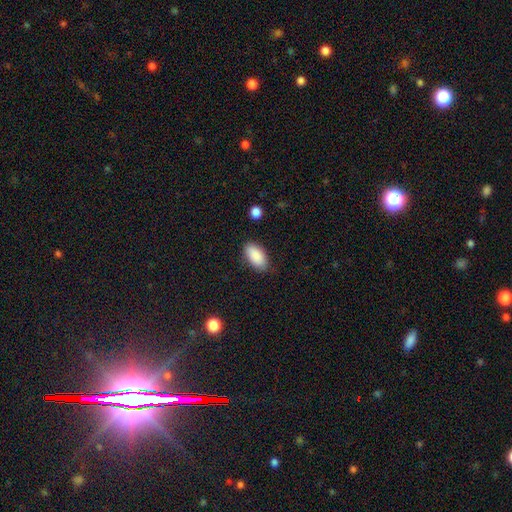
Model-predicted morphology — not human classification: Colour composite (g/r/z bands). It shows a smooth galaxy with no disk features (89%) that is in between round and cigar-shaped (93%). Merging: none (83%).